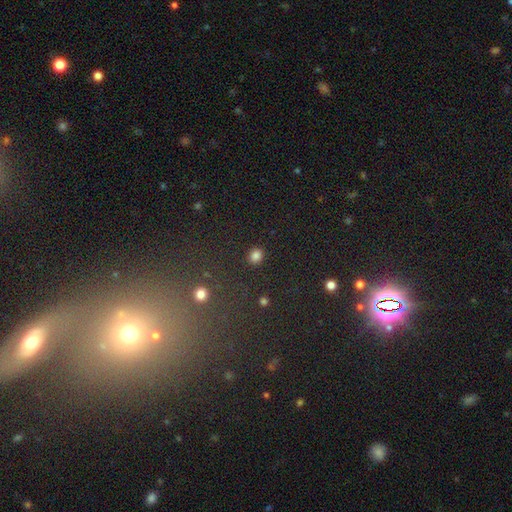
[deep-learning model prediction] Smooth or featured? Predicted: smooth (p=0.83). How rounded? Predicted: round (p=0.76). Merging? Predicted: none (p=0.89).